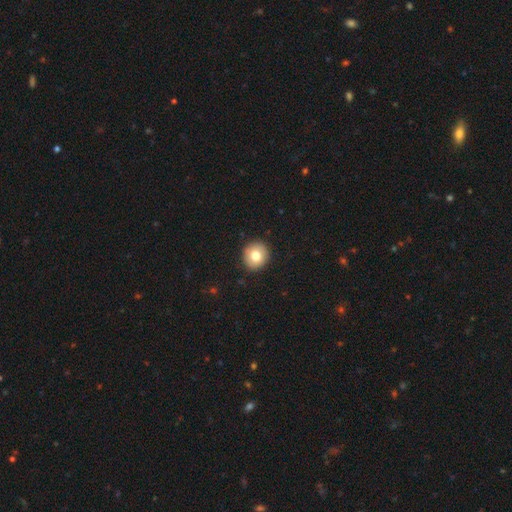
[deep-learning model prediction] The model was most divided on "smooth or featured": smooth: 78%, featured or disk: 13%, star or artifact: 9%. More confident: merging — none (91%); how rounded — round (86%).